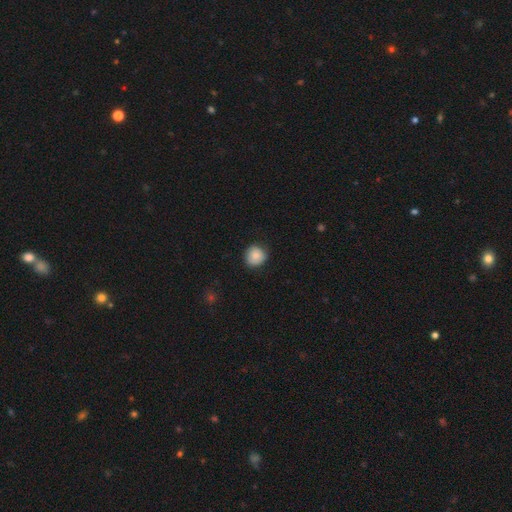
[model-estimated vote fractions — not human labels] Smooth or featured: smooth — 84% (featured or disk — 8%)
How rounded: round — 88% (in between — 11%)
Merging: none — 81% (minor disturbance — 15%)